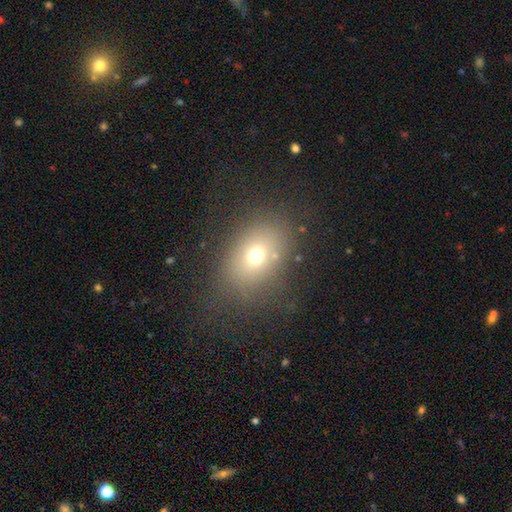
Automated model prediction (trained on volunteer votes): The model was most divided on "how rounded": in between: 70%, round: 29%, cigar-shaped: 1%. More confident: merging — none (73%); smooth or featured — smooth (66%).